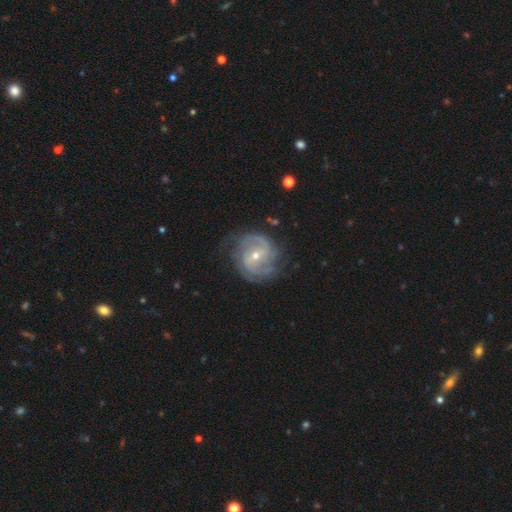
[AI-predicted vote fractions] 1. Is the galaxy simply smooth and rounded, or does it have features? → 88% featured or disk, 7% smooth, 6% star or artifact.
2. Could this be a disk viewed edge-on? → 97% no, 3% yes.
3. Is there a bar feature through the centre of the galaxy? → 45% weak, 36% no, 19% strong.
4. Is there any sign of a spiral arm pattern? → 96% yes, 4% no.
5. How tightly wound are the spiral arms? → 46% tight, 42% medium, 12% loose.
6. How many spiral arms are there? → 58% 2, 15% can't tell, 15% 3, 5% 4, 4% 1, 4% more than 4.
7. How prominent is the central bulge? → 57% small, 40% moderate, 1% large, 1% none, 1% dominant.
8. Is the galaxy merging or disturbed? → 73% none, 18% minor disturbance, 8% major disturbance, 1% merger.